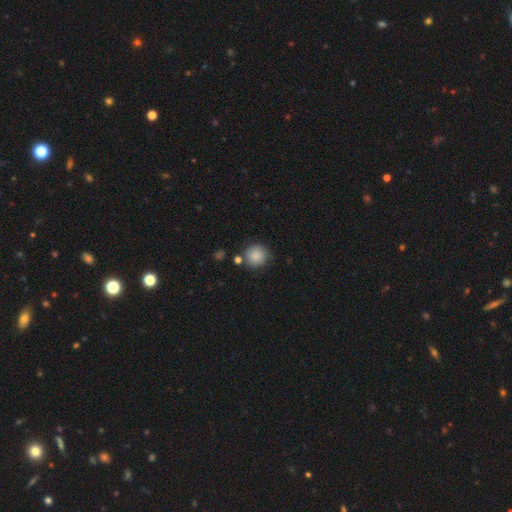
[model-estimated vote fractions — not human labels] smooth 86%, star or artifact 9%, featured or disk 5%. Down the decision tree: how rounded — round (94%); merging — none (81%).